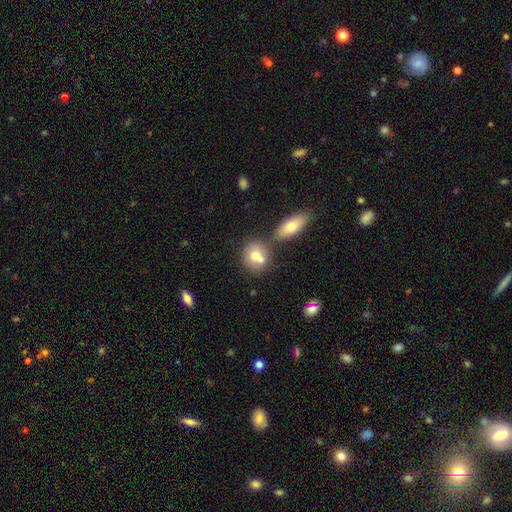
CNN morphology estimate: smooth_or_featured: smooth (p=0.72) [alt: featured or disk p=0.19]
how_rounded: round (p=0.78) [alt: in between p=0.20]
merging: none (p=0.46) [alt: merger p=0.42]